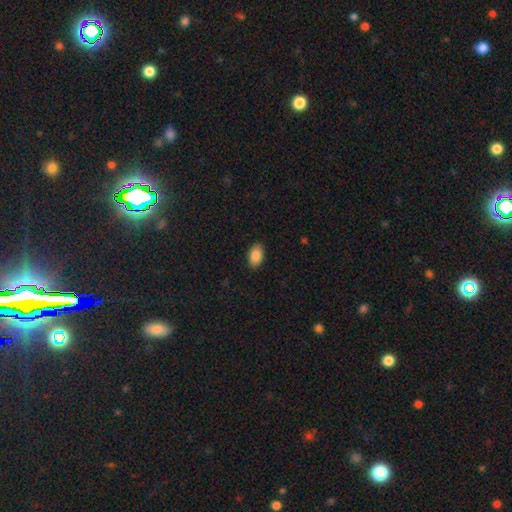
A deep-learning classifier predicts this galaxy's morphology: Q: Smooth or featured?
A: smooth (88%); runner-up: star or artifact (7%)
Q: How rounded?
A: in between (92%); runner-up: round (7%)
Q: Merging?
A: none (89%); runner-up: minor disturbance (8%)